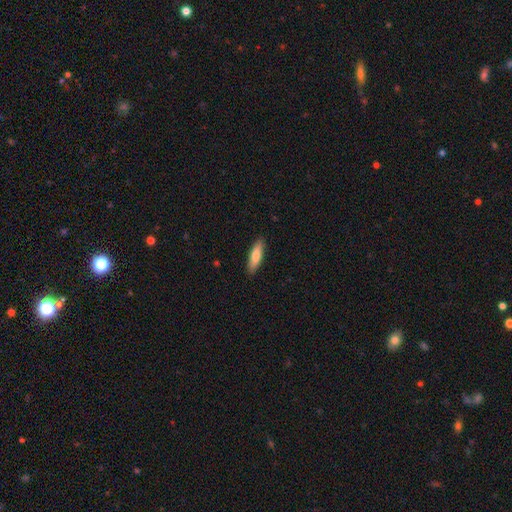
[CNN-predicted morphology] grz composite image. It shows a smooth galaxy with no disk features (77%) that is cigar-shaped (63%). Merging: none (89%).